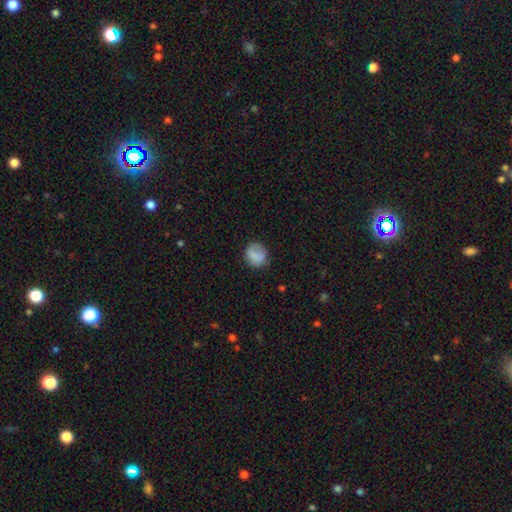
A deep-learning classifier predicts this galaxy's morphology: This appears to be a smooth galaxy with no disk features (82%) that is round (80%). Merging: none (77%).